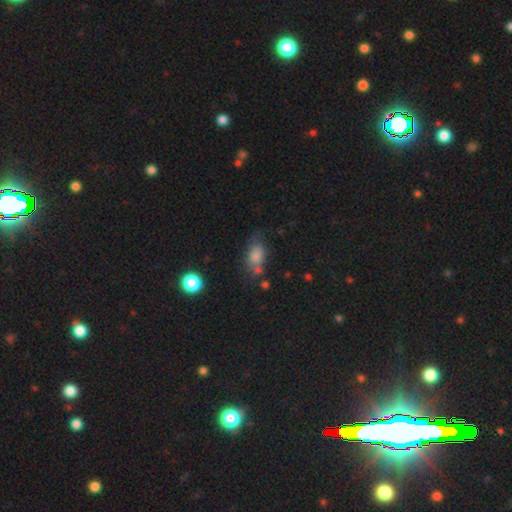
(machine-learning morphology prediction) type=smooth (76%); roundness=in between (82%); merging=none (52%).